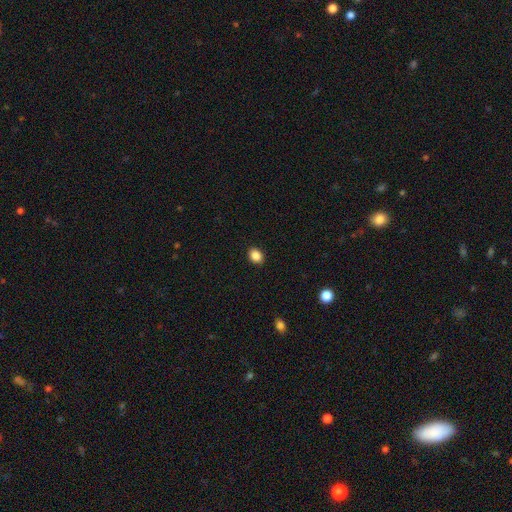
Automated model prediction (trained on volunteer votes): Overall: smooth (88%). How rounded: in between (60%; round 40%). Merging: none (91%).